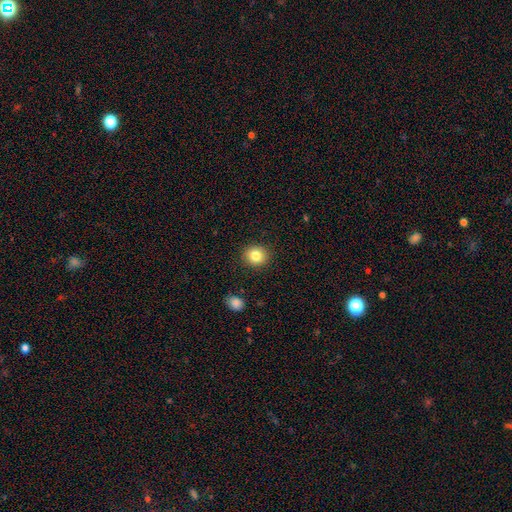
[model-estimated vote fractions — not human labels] Q: Smooth or featured?
A: smooth (83%); runner-up: star or artifact (10%)
Q: How rounded?
A: round (79%); runner-up: in between (20%)
Q: Merging?
A: none (90%); runner-up: minor disturbance (7%)